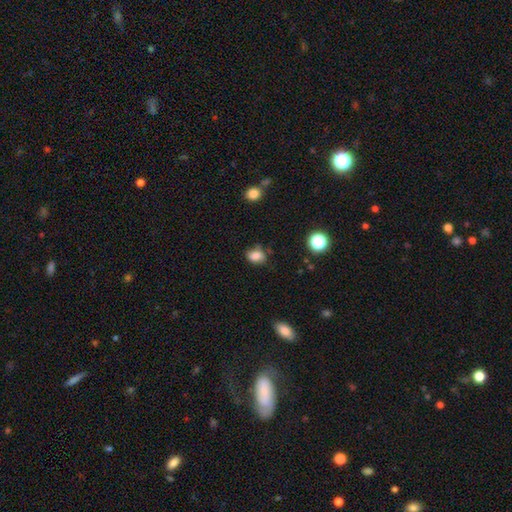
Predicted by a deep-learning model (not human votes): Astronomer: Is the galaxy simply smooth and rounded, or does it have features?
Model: smooth — 80%.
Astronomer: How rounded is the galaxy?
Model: in between — 65%.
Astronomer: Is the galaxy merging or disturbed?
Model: none — 61%.